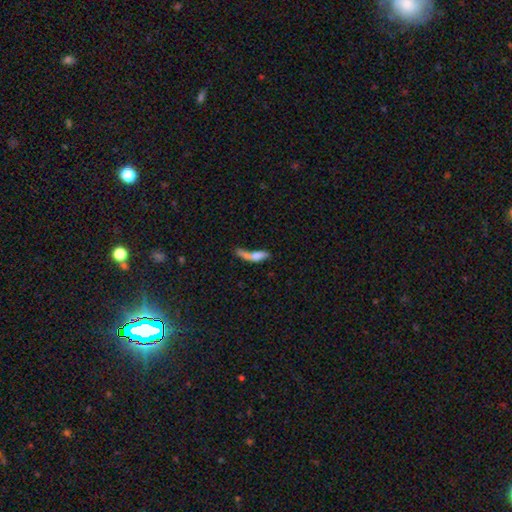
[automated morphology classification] smooth 61%, featured or disk 30%, star or artifact 9%. Down the decision tree: how rounded — cigar-shaped (58%); merging — merger (34%).